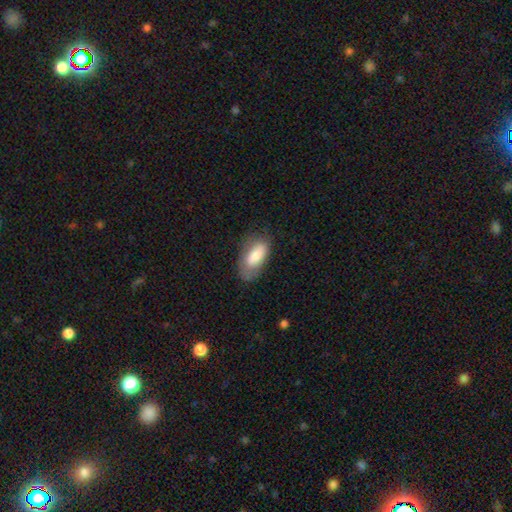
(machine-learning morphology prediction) This is likely a smooth galaxy (75%). How rounded: clearly in between (90%). Merging: likely none (61%).